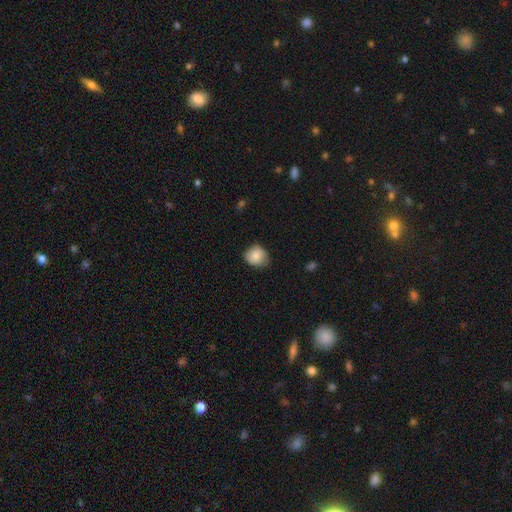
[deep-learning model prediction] Smooth or featured?
  - smooth: 84% *
  - featured or disk: 8%
  - star or artifact: 8%
How rounded?
  - round: 71% *
  - in between: 28%
  - cigar-shaped: 1%
Merging?
  - none: 70% *
  - minor disturbance: 25%
  - major disturbance: 4%
  - merger: 1%